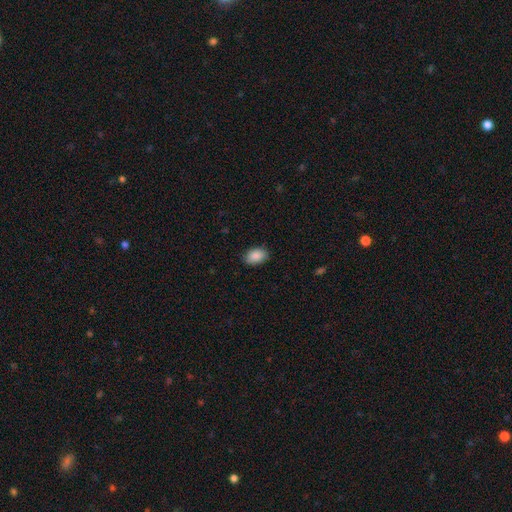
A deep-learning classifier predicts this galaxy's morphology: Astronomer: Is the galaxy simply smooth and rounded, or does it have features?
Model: smooth — 89%.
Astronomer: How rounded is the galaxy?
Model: in between — 87%.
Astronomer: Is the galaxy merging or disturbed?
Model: none — 86%.